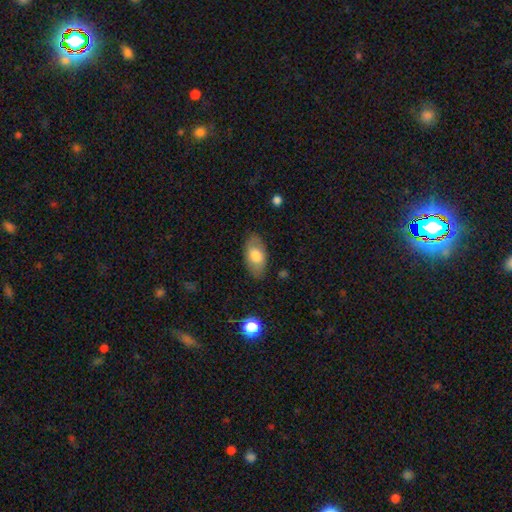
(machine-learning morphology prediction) smooth 72%, featured or disk 22%, star or artifact 6%. Down the decision tree: how rounded — in between (93%); merging — none (82%).